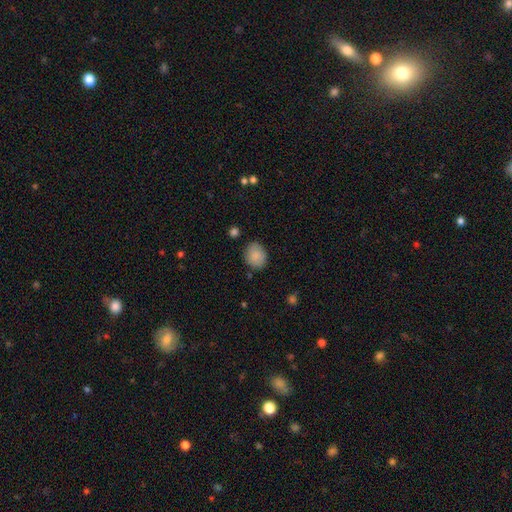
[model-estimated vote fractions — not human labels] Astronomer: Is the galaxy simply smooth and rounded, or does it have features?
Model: smooth — 87%.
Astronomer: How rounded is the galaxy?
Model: round — 53% (runner-up: in between, 46%).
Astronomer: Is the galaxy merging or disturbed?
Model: none — 81%.